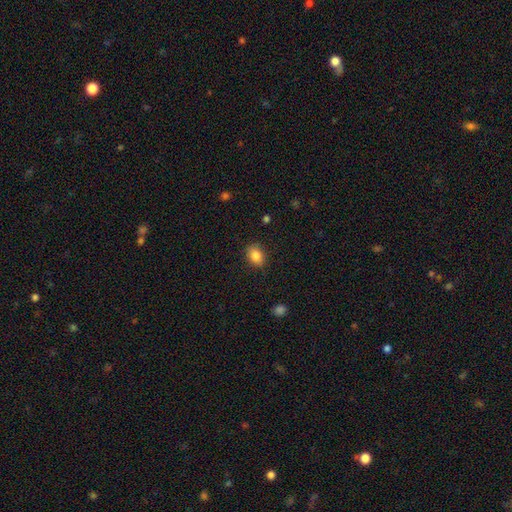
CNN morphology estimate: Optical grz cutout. It shows a smooth galaxy with no disk features (85%) that is in between round and cigar-shaped (75%). Merging: none (84%).